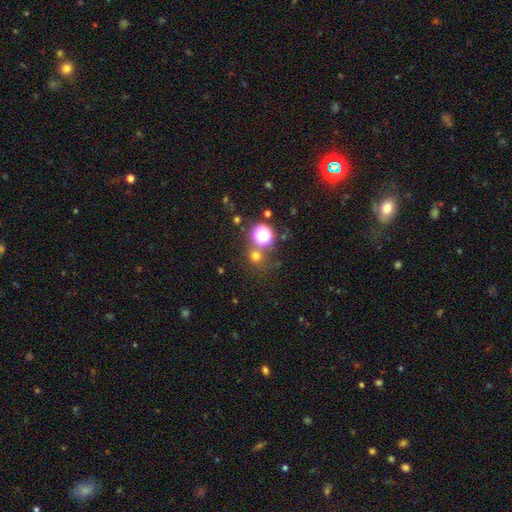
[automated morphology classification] A smooth galaxy with no disk features (64%) that is round (89%).

Vote fractions:
- Smooth or featured? smooth: 64% / star or artifact: 29% / featured or disk: 7%
- How rounded? round: 89% / in between: 10% / cigar-shaped: 1%
- Merging? none: 71% / merger: 16% / minor disturbance: 9% / major disturbance: 5%